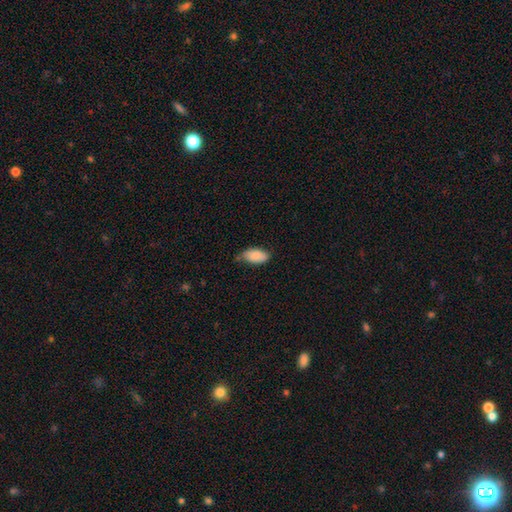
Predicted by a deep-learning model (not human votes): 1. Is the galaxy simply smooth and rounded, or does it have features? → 88% smooth, 7% star or artifact, 5% featured or disk.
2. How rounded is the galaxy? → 94% in between, 3% cigar-shaped, 3% round.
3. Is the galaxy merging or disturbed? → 67% none, 27% minor disturbance, 4% major disturbance, 2% merger.